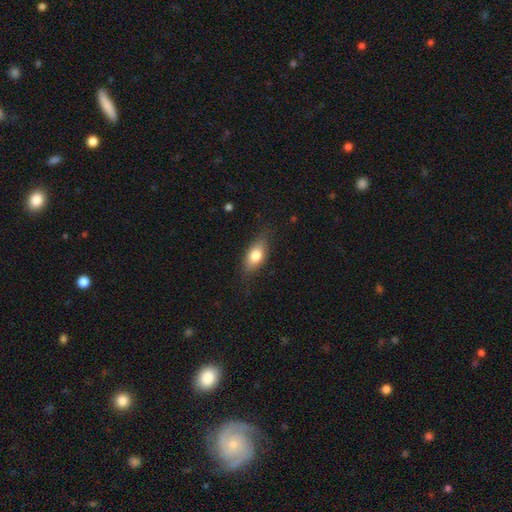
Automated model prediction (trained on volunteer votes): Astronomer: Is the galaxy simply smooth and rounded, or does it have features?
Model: smooth — 74%.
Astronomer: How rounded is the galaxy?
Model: in between — 82%.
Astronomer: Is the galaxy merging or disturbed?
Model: none — 78%.